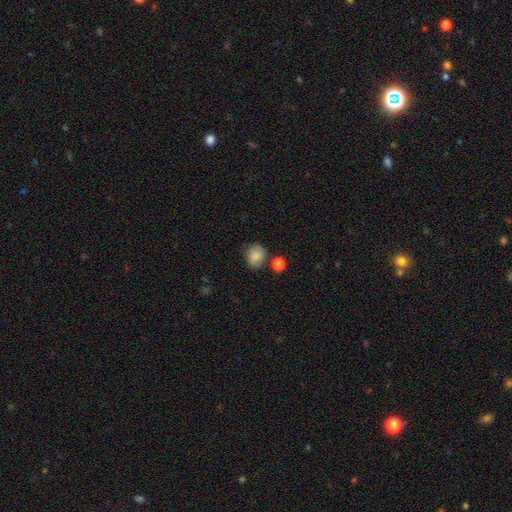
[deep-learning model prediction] Q: Smooth or featured?
A: smooth (84%); runner-up: star or artifact (9%)
Q: How rounded?
A: round (67%); runner-up: in between (32%)
Q: Merging?
A: none (76%); runner-up: minor disturbance (14%)